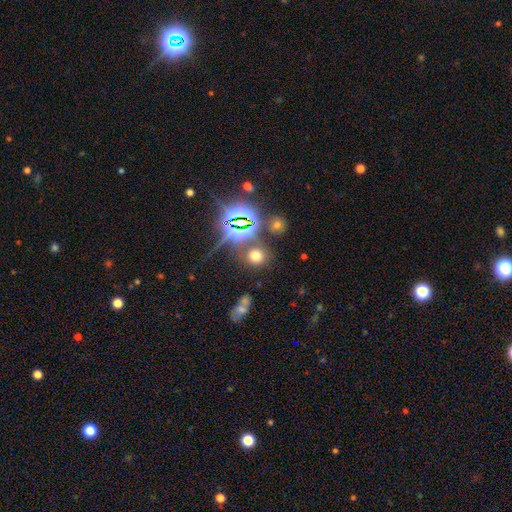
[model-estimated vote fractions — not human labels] A smooth galaxy with no disk features (59%) that is round (81%).

Vote fractions:
- Smooth or featured? smooth: 59% / star or artifact: 32% / featured or disk: 9%
- How rounded? round: 81% / in between: 17% / cigar-shaped: 2%
- Merging? none: 77% / minor disturbance: 9% / merger: 9% / major disturbance: 5%